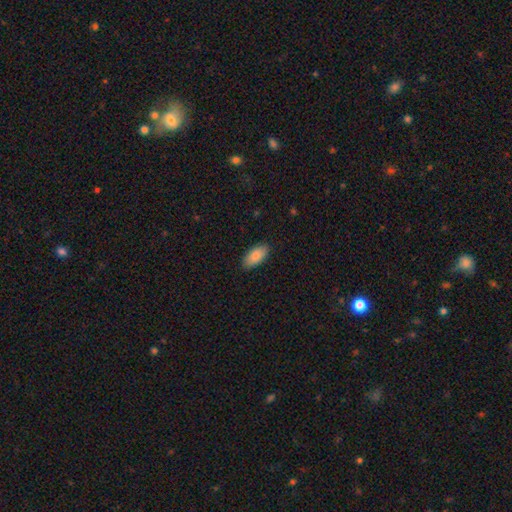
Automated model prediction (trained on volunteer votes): A smooth galaxy with no disk features (87%) that is in between round and cigar-shaped (92%).

Vote fractions:
- Smooth or featured? smooth: 87% / featured or disk: 7% / star or artifact: 6%
- How rounded? in between: 92% / cigar-shaped: 6% / round: 2%
- Merging? none: 87% / minor disturbance: 10% / major disturbance: 2% / merger: 1%